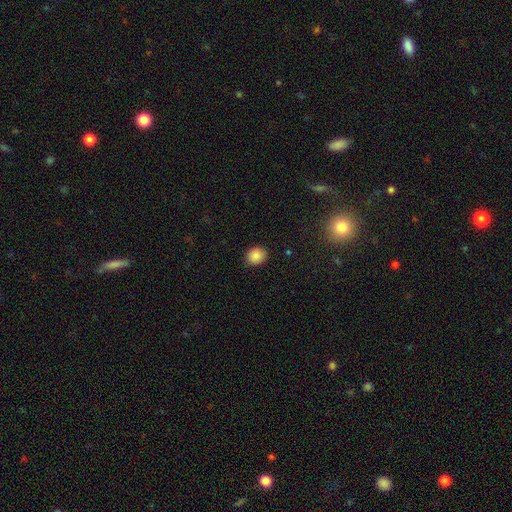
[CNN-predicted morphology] A smooth galaxy with no disk features (86%) that is round (66%). Merging: none (87%).